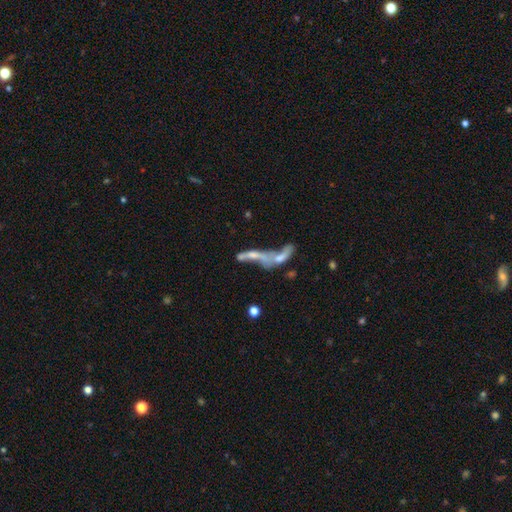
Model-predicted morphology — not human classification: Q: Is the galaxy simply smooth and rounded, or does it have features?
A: featured or disk — 50%.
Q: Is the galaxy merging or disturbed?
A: merger — 65%.